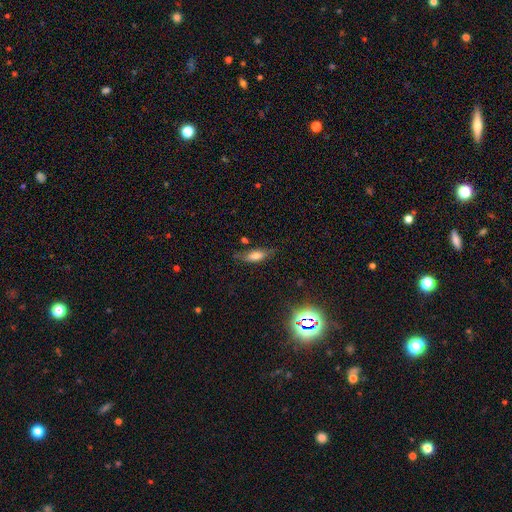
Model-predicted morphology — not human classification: This is likely a smooth galaxy (62%). How rounded: possibly in between (59%). Merging: likely none (68%).